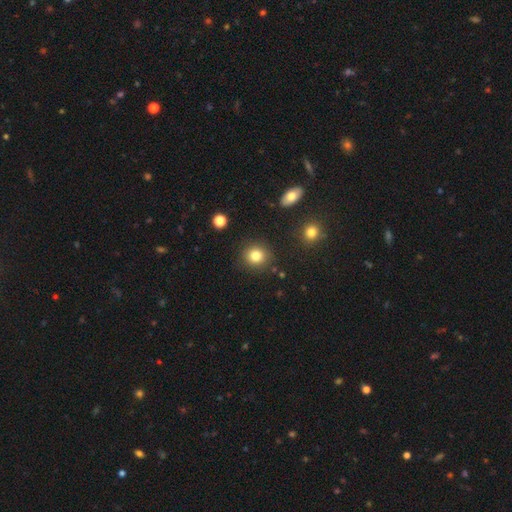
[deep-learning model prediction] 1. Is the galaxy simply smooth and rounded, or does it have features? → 82% smooth, 11% star or artifact, 6% featured or disk.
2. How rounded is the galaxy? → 89% round, 10% in between, 1% cigar-shaped.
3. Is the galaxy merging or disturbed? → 88% none, 7% minor disturbance, 3% major disturbance, 2% merger.